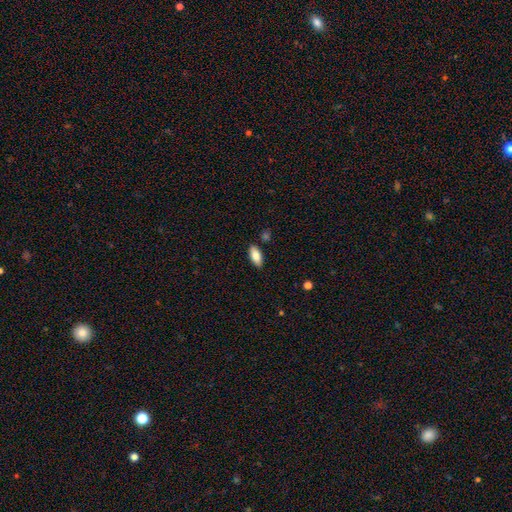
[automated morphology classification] smooth 81%, featured or disk 12%, star or artifact 7%. Down the decision tree: how rounded — in between (87%); merging — none (87%).